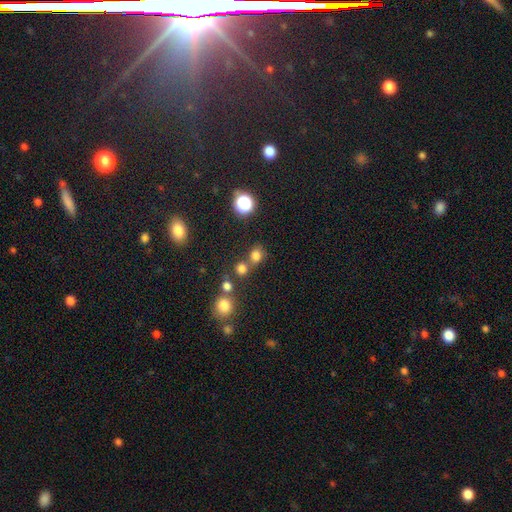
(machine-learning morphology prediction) Smooth or featured? Predicted: smooth (p=0.75). How rounded? Predicted: round (p=0.75). Merging? Predicted: none (p=0.59).